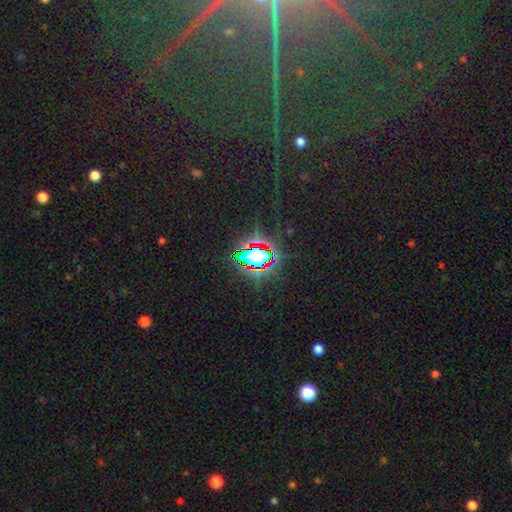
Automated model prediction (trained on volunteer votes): star or artifact 74%, smooth 16%, featured or disk 11%.